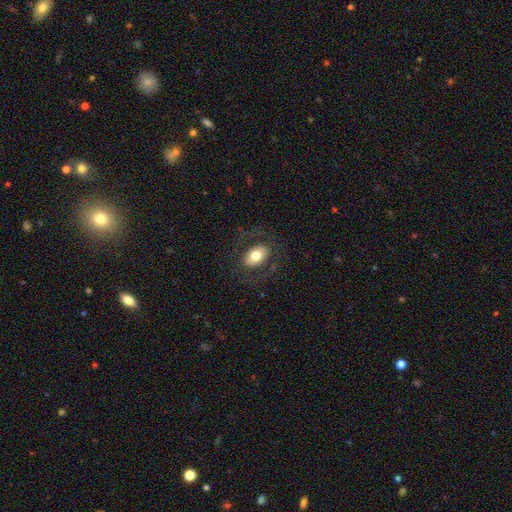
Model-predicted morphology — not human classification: smooth-or-featured: smooth: 64% | featured or disk: 28% | star or artifact: 8%
  how-rounded: in between: 82% | round: 17% | cigar-shaped: 1%
  merging: none: 77% | minor disturbance: 12% | major disturbance: 10% | merger: 1%